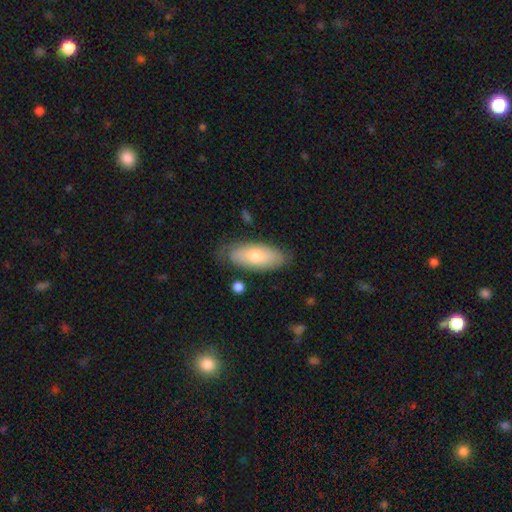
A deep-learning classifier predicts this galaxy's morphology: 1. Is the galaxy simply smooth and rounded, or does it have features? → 68% smooth, 27% featured or disk, 6% star or artifact.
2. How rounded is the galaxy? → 85% in between, 13% cigar-shaped, 2% round.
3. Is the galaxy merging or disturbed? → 74% none, 20% minor disturbance, 4% major disturbance, 2% merger.